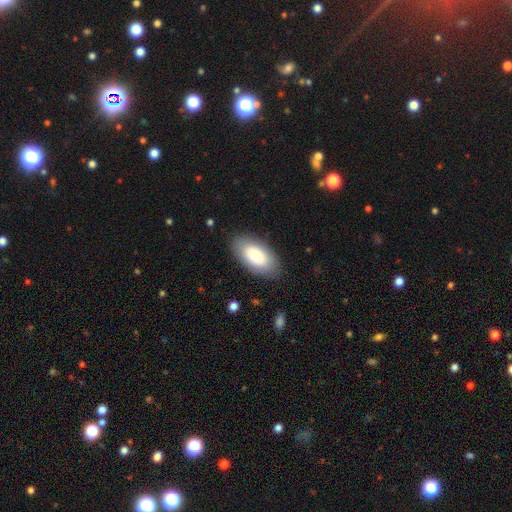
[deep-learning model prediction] Smooth or featured? Predicted: smooth (p=0.76). How rounded? Predicted: in between (p=0.95). Merging? Predicted: none (p=0.84).